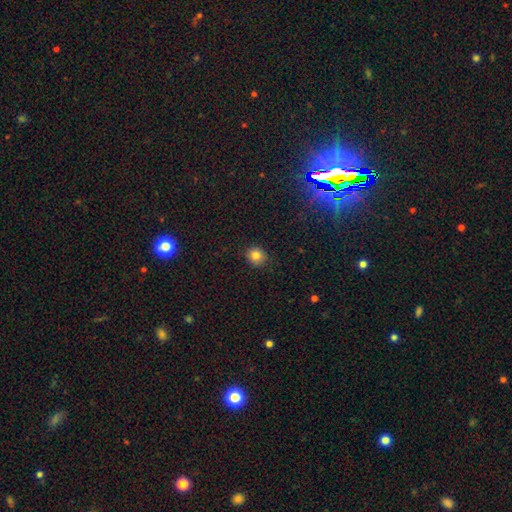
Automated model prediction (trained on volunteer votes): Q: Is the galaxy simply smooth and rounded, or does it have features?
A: smooth — 81%.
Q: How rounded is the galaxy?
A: round — 88%.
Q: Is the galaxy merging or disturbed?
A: none — 89%.